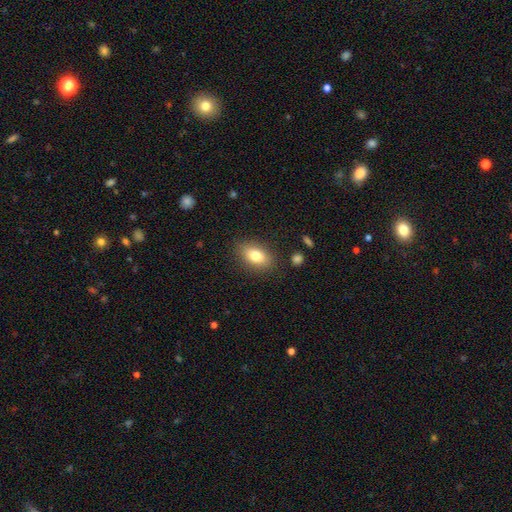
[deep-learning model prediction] This appears to be a smooth galaxy with no disk features (80%) that is in between round and cigar-shaped (87%). Merging: none (85%).